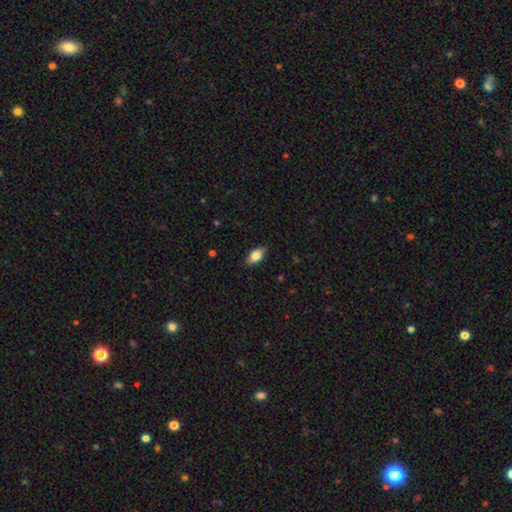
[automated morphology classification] smooth 83%, featured or disk 10%, star or artifact 7%. Down the decision tree: how rounded — in between (91%); merging — none (86%).